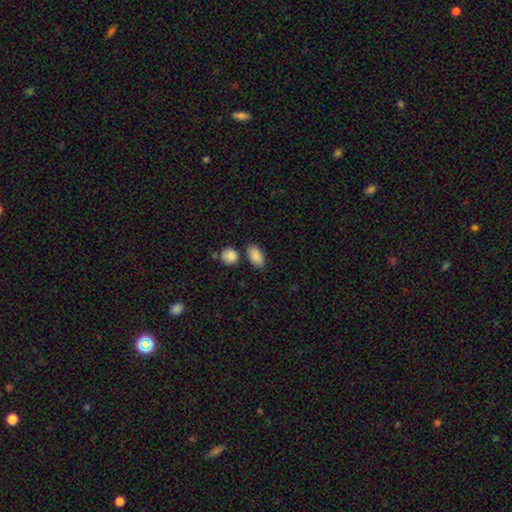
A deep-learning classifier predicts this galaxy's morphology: smooth_or_featured: smooth (p=0.89) [alt: star or artifact p=0.07]
how_rounded: in between (p=0.91) [alt: round p=0.06]
merging: none (p=0.76) [alt: minor disturbance p=0.12]